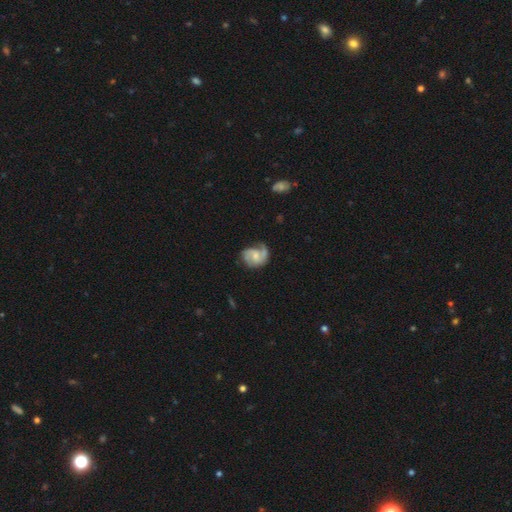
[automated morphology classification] The model was most divided on "bulge size": small: 46%, moderate: 40%, none: 9%, large: 3%, dominant: 1%. Remaining: edge-on disk — no (98%); spiral arms — yes (93%); smooth or featured — featured or disk (74%); spiral arm count — 2 (66%); bar — no (58%); merging — none (52%); spiral winding — medium (46%).